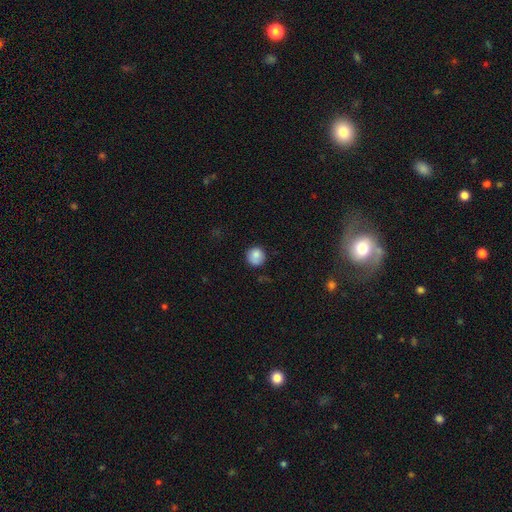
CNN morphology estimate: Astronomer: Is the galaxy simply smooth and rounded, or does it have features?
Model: smooth — 84%.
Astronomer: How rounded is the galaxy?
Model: round — 93%.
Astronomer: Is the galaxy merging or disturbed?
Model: none — 79%.